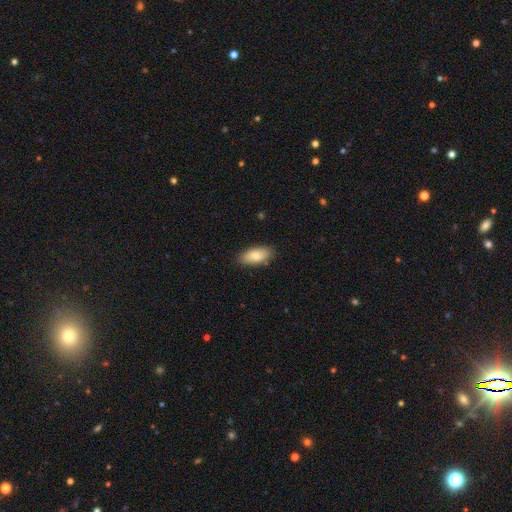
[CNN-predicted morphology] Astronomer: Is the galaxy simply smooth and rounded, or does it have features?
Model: smooth — 79%.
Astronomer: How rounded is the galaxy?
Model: in between — 90%.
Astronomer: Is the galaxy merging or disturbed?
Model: none — 86%.